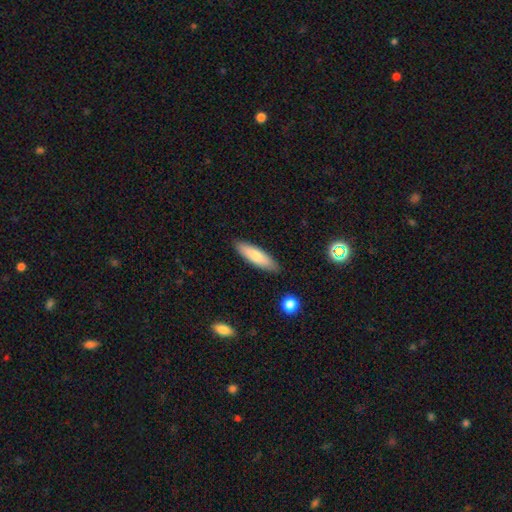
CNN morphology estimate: This is likely a smooth galaxy (78%). How rounded: possibly cigar-shaped (59%). Merging: clearly none (87%).